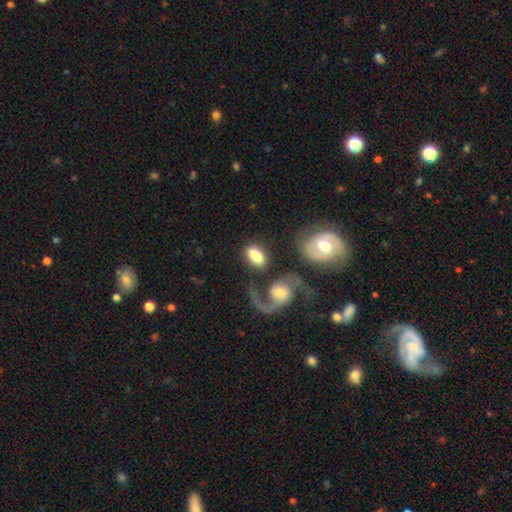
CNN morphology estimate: A smooth galaxy with no disk features (76%) that is in between round and cigar-shaped (87%). Merging: none (56%).